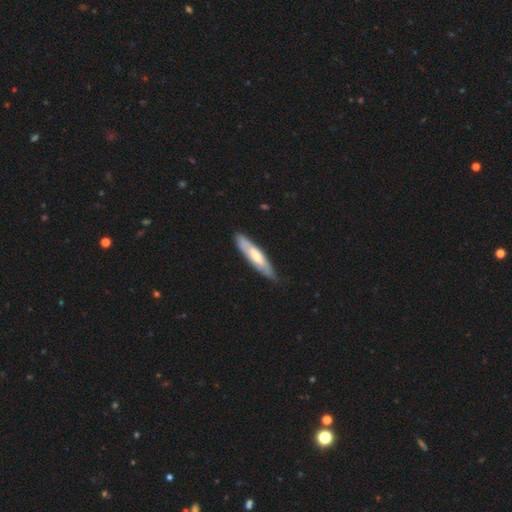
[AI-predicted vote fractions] A smooth galaxy with no disk features (52%) that is cigar-shaped (78%). Merging: none (83%).